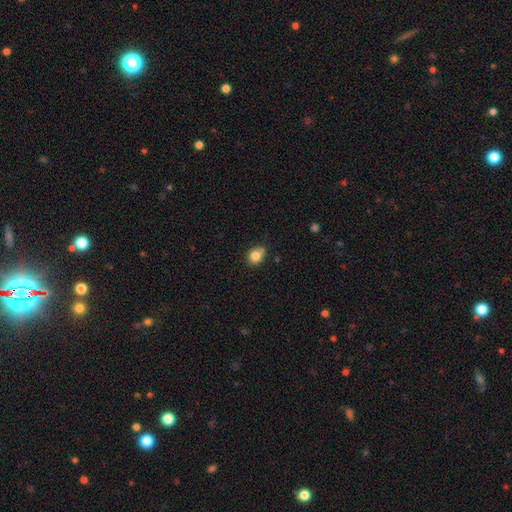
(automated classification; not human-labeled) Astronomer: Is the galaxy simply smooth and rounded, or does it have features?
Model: smooth — 82%.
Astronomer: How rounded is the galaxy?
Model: round — 60% (runner-up: in between, 39%).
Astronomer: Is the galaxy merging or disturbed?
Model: none — 68%.